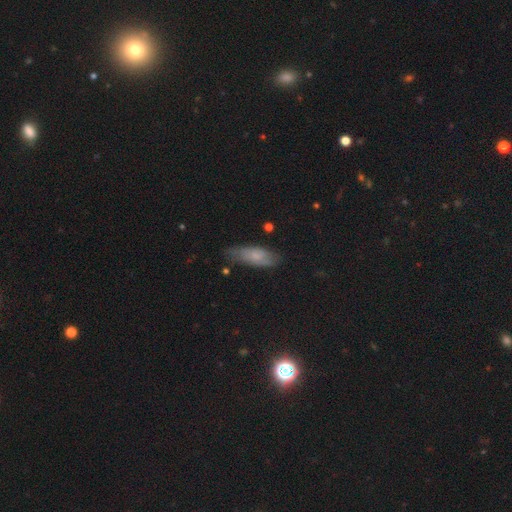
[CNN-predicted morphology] Smooth or featured: smooth — 61% (featured or disk — 31%)
How rounded: in between — 66% (cigar-shaped — 32%)
Merging: none — 70% (minor disturbance — 23%)